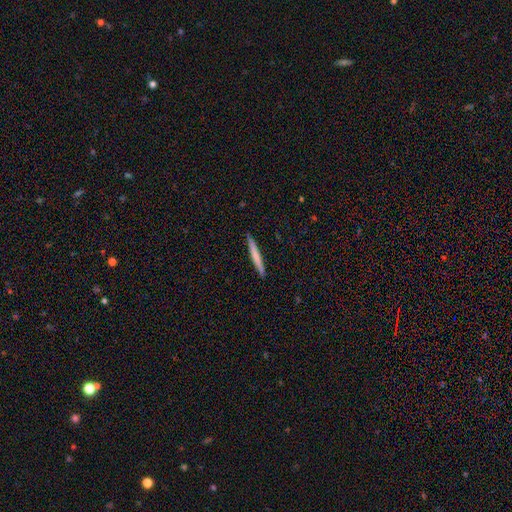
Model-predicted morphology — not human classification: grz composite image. It shows a smooth galaxy with no disk features (64%) that is cigar-shaped (97%). Merging: none (92%).